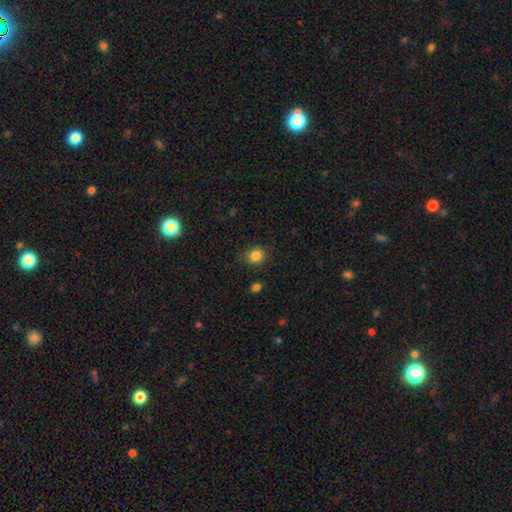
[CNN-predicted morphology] smooth_or_featured: smooth (p=0.84) [alt: star or artifact p=0.11]
how_rounded: round (p=0.79) [alt: in between p=0.20]
merging: none (p=0.82) [alt: minor disturbance p=0.13]